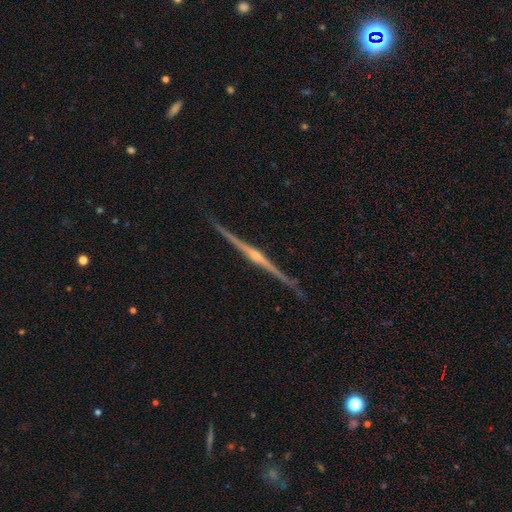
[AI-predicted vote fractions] Smooth or featured? Predicted: featured or disk (p=0.89). Edge-on disk? Predicted: yes (p=0.99). Edge-on bulge? Predicted: rounded (p=0.85). Merging? Predicted: none (p=0.92).